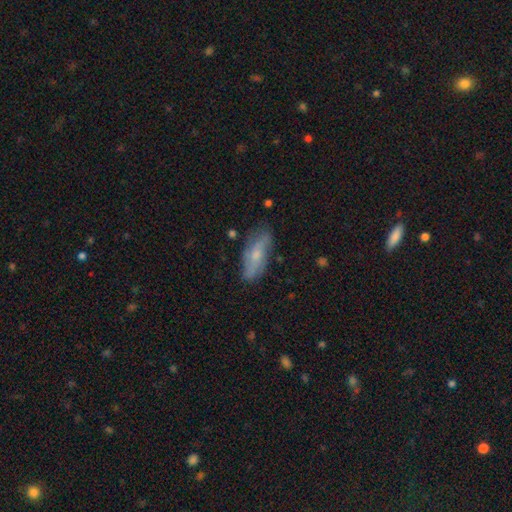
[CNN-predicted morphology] This appears to be a featured or disk galaxy (48%). Merging: none (72%).